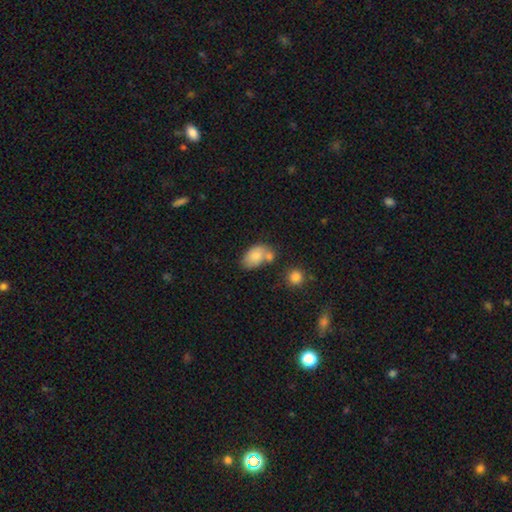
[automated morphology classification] A smooth galaxy with no disk features (80%) that is in between round and cigar-shaped (89%). Merging: none (47%).